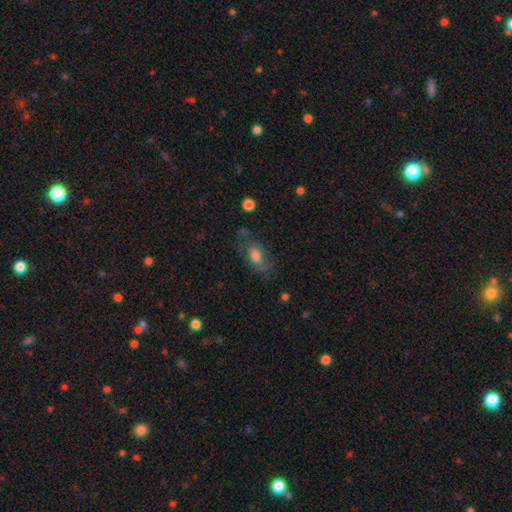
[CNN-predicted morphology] type=smooth (60%); roundness=in between (85%); merging=none (61%).